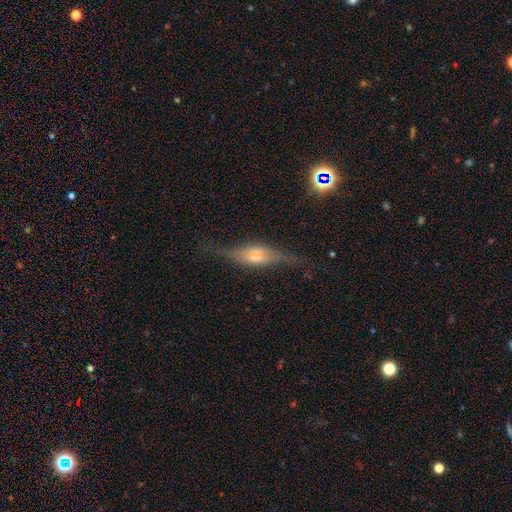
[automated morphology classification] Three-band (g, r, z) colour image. It shows a featured or disk galaxy (67%) viewed edge-on (88%) with a rounded central bulge (77%). Merging: none (68%).